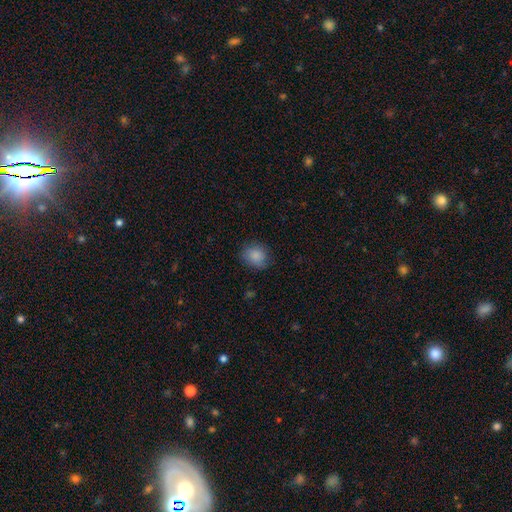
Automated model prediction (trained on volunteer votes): The model was most divided on "how rounded": round: 74%, in between: 25%, cigar-shaped: 1%. More confident: smooth or featured — smooth (86%); merging — none (80%).